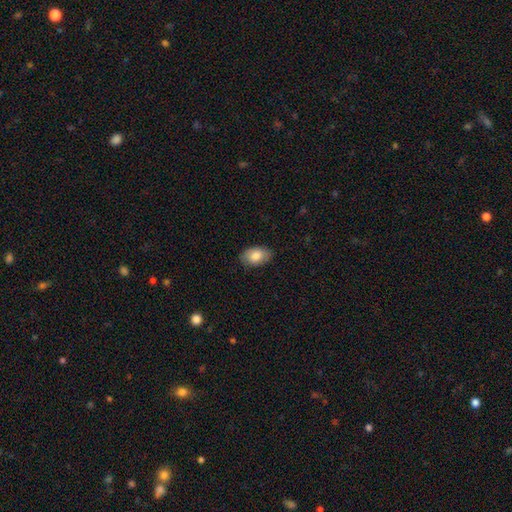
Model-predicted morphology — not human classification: The model was most divided on "smooth or featured": smooth: 81%, featured or disk: 12%, star or artifact: 7%. More confident: how rounded — in between (90%); merging — none (84%).